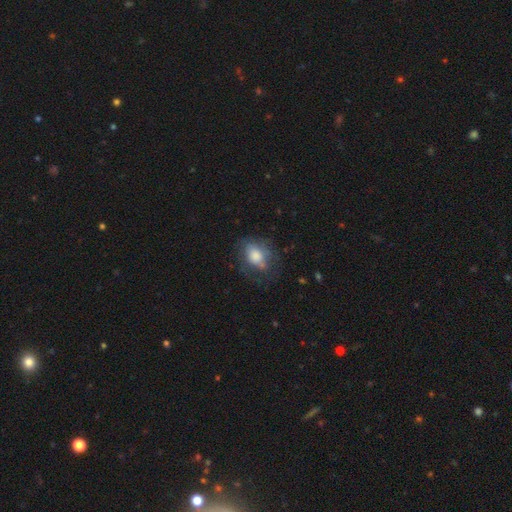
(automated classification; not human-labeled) Overall: smooth (62%; featured or disk 29%). How rounded: in between (59%; round 39%). Merging: none (51%; minor disturbance 27%).